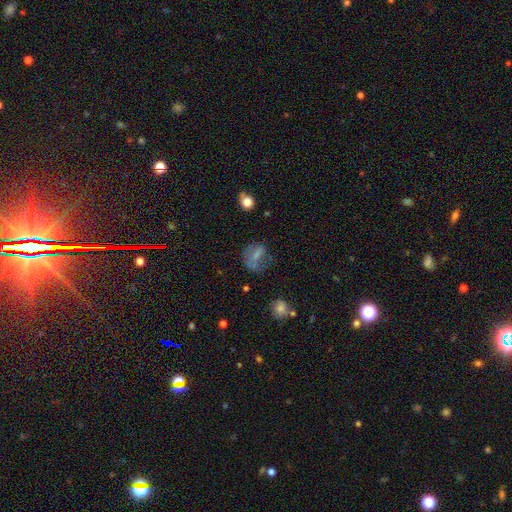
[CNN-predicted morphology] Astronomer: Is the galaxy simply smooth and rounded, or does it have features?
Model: smooth — 54% (runner-up: featured or disk, 31%).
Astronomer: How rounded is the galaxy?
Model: in between — 57% (runner-up: round, 38%).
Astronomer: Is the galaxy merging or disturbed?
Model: none — 43% (runner-up: major disturbance, 29%).